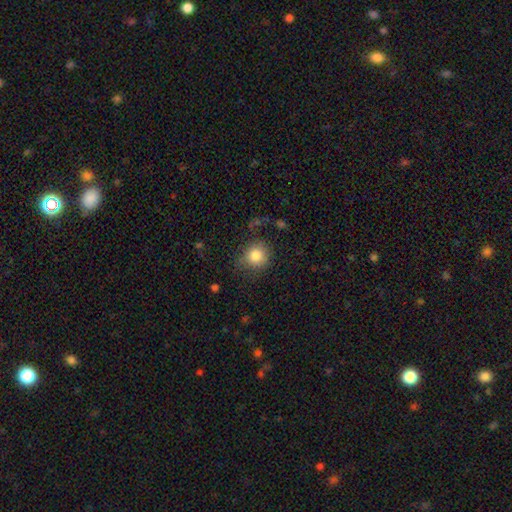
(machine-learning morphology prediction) smooth 83%, star or artifact 10%, featured or disk 7%. Down the decision tree: how rounded — round (82%); merging — none (73%).